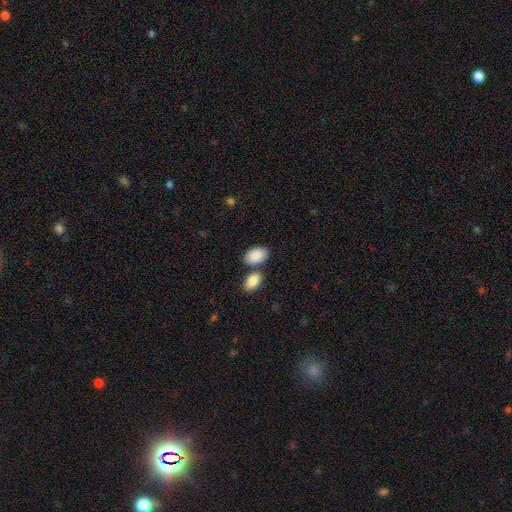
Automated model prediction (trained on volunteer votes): Smooth or featured: smooth — 89% (star or artifact — 6%)
How rounded: in between — 91% (round — 7%)
Merging: none — 64% (merger — 21%)